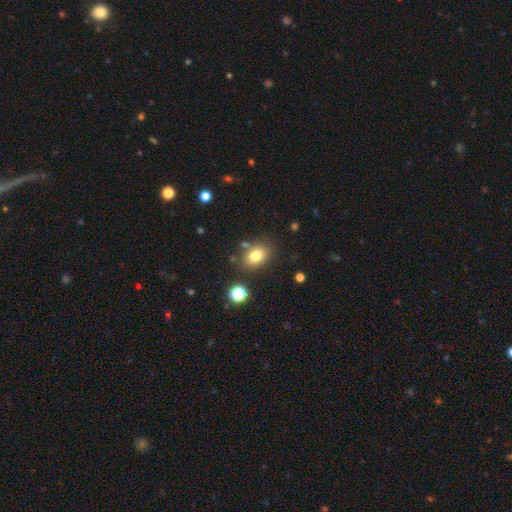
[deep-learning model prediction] smooth 79%, star or artifact 11%, featured or disk 9%. Down the decision tree: how rounded — in between (69%); merging — none (78%).